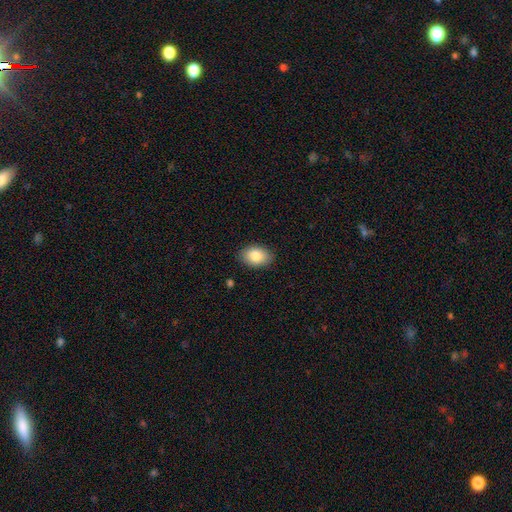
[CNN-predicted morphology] smooth 85%, featured or disk 8%, star or artifact 7%. Down the decision tree: how rounded — in between (86%); merging — none (87%).